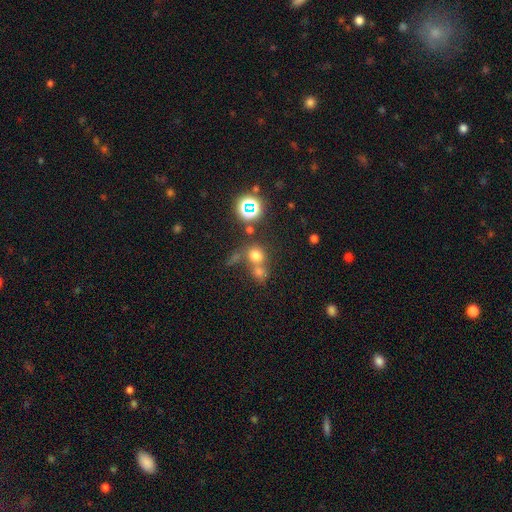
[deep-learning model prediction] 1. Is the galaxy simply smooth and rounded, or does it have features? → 66% smooth, 24% star or artifact, 10% featured or disk.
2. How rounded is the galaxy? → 80% round, 19% in between, 1% cigar-shaped.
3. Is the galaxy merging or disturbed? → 48% none, 37% merger, 9% minor disturbance, 6% major disturbance.